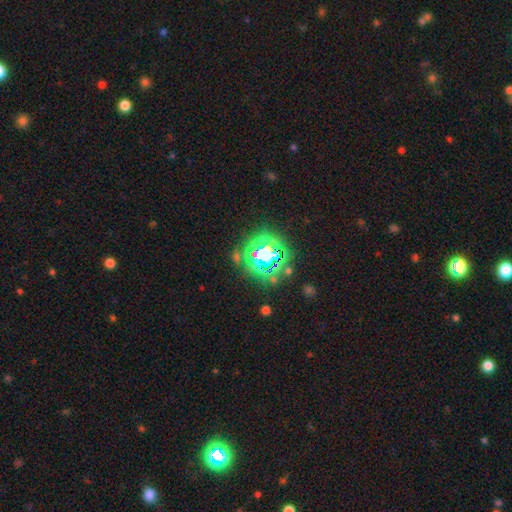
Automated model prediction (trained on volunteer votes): Smooth or featured?
  - star or artifact: 79% *
  - smooth: 13%
  - featured or disk: 8%